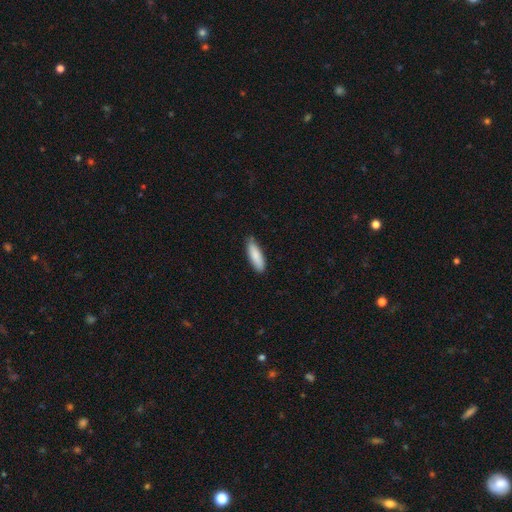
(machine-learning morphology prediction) This is clearly a smooth galaxy (86%). How rounded: possibly cigar-shaped (54%). Merging: clearly none (82%).